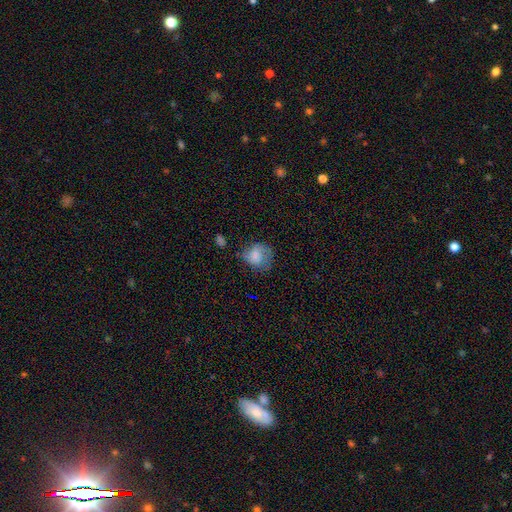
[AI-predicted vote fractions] A smooth galaxy with no disk features (67%) that is round (70%).

Vote fractions:
- Smooth or featured? smooth: 67% / featured or disk: 24% / star or artifact: 9%
- How rounded? round: 70% / in between: 29% / cigar-shaped: 1%
- Merging? none: 51% / minor disturbance: 29% / major disturbance: 18% / merger: 3%